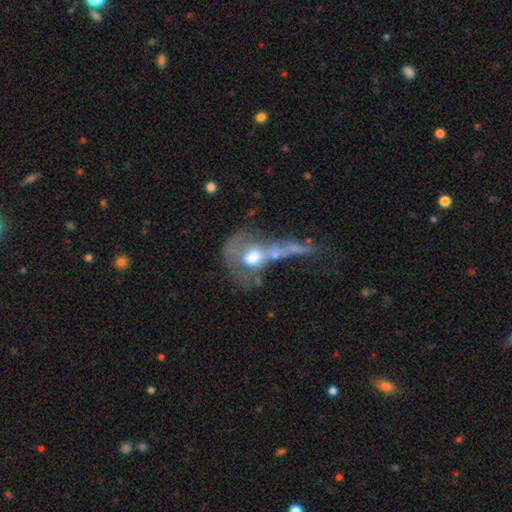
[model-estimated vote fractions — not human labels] smooth-or-featured: featured or disk: 45% | smooth: 43% | star or artifact: 12%
  merging: merger: 40% | major disturbance: 33% | none: 16% | minor disturbance: 11%